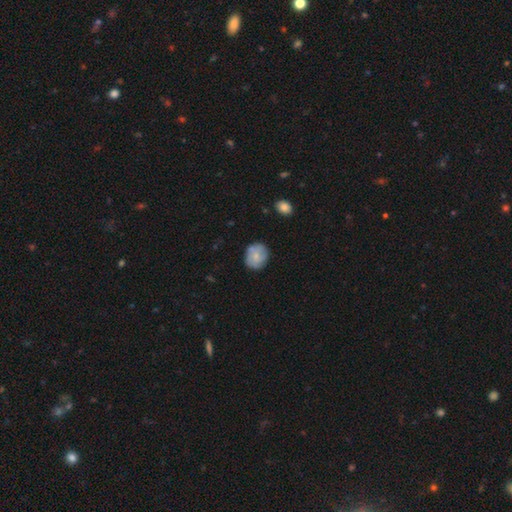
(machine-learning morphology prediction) smooth_or_featured: smooth (p=0.65) [alt: featured or disk p=0.28]
how_rounded: round (p=0.73) [alt: in between p=0.26]
merging: none (p=0.75) [alt: minor disturbance p=0.19]